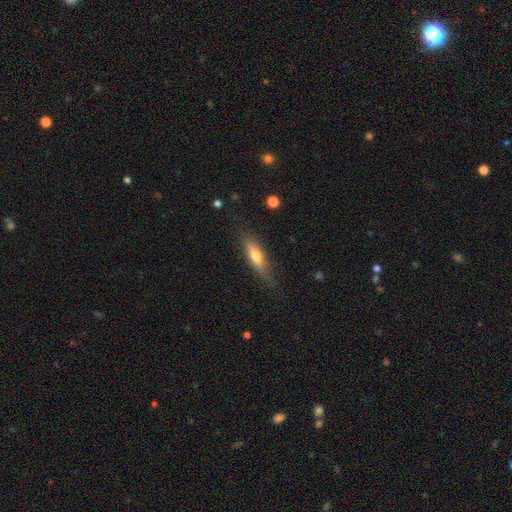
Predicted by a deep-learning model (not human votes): smooth 60%, featured or disk 34%, star or artifact 7%. Down the decision tree: how rounded — cigar-shaped (58%); merging — none (73%).